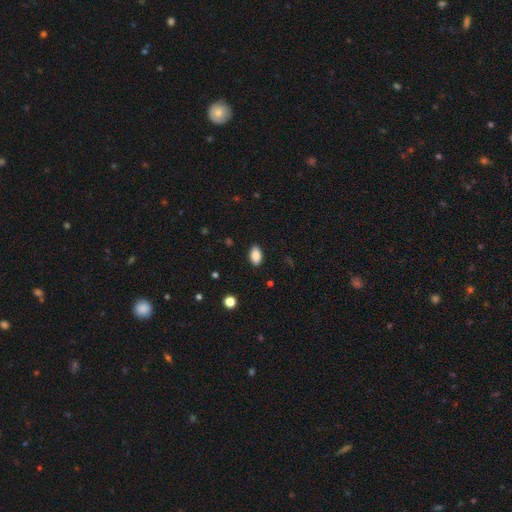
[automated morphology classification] This appears to be a smooth galaxy with no disk features (87%) that is in between round and cigar-shaped (92%). Merging: none (88%).